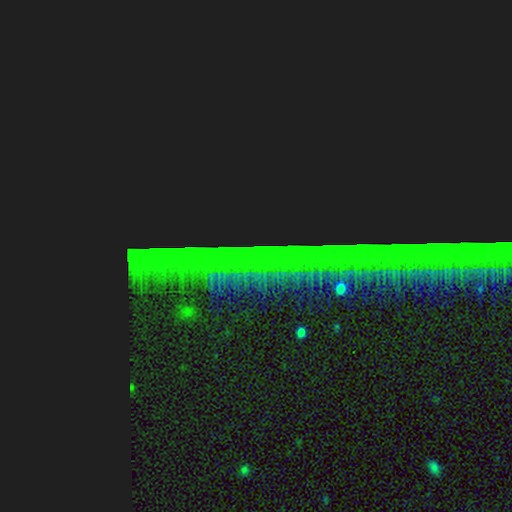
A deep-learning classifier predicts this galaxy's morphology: This is clearly a star or artifact rather than a galaxy (86%).